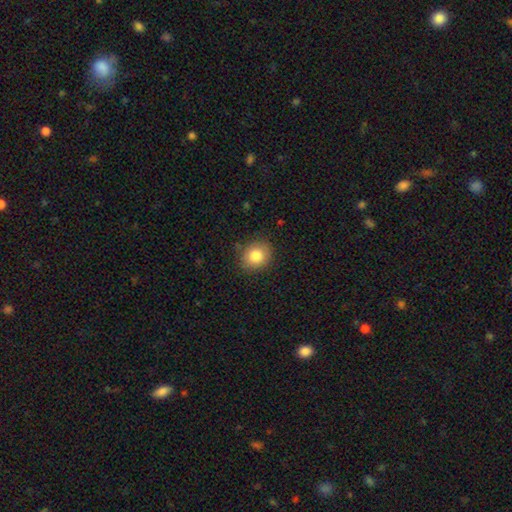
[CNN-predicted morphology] Smooth or featured? smooth (83%)
How rounded? round (70%)
Merging? none (86%)